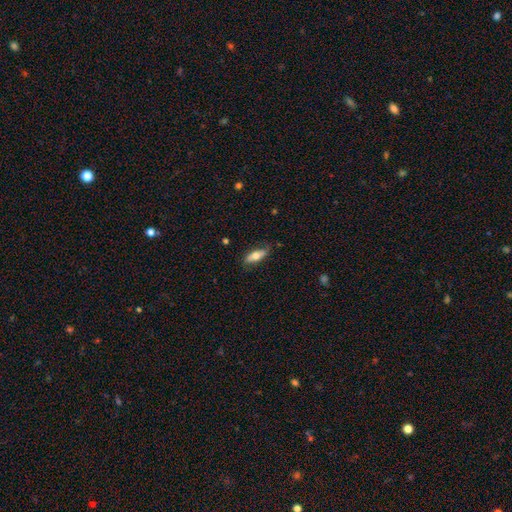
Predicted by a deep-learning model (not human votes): smooth-or-featured: smooth: 62% | featured or disk: 32% | star or artifact: 6%
  how-rounded: in between: 70% | cigar-shaped: 27% | round: 3%
  merging: none: 72% | minor disturbance: 22% | major disturbance: 5% | merger: 1%